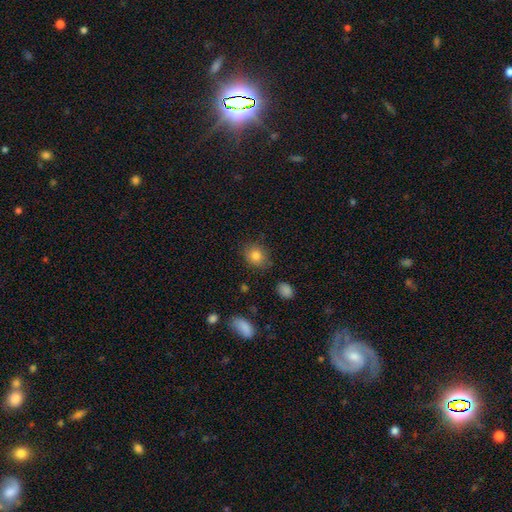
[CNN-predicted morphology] Smooth or featured? smooth (83%)
How rounded? round (64%)
Merging? none (80%)